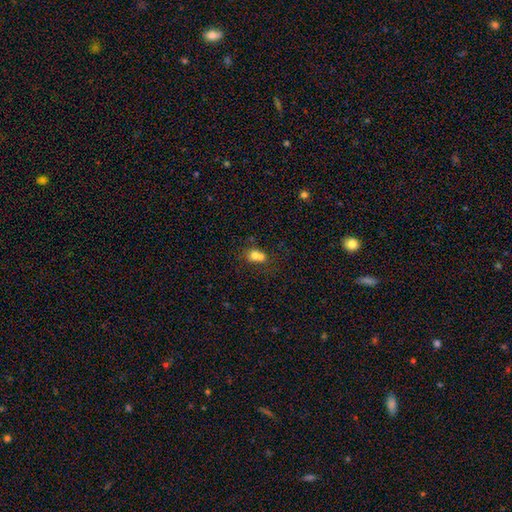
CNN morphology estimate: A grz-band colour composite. It shows a smooth galaxy with no disk features (71%) that is round (62%). Merging: merger (60%).